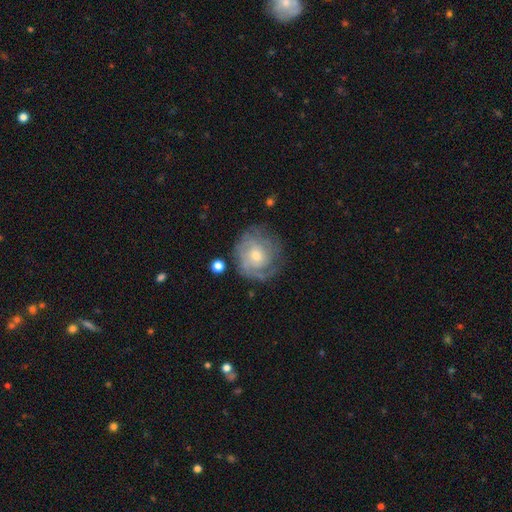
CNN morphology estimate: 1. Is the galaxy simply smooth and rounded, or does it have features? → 71% featured or disk, 22% smooth, 7% star or artifact.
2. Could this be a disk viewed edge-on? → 97% no, 3% yes.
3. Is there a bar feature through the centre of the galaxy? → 74% no, 22% weak, 3% strong.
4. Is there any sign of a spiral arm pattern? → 84% yes, 16% no.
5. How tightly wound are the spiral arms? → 67% tight, 23% medium, 9% loose.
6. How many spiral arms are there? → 54% can't tell, 17% 2, 12% 3, 7% 1, 6% 4, 4% more than 4.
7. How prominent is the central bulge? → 49% small, 46% moderate, 2% large, 1% none, 1% dominant.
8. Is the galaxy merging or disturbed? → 70% none, 18% minor disturbance, 10% major disturbance, 2% merger.